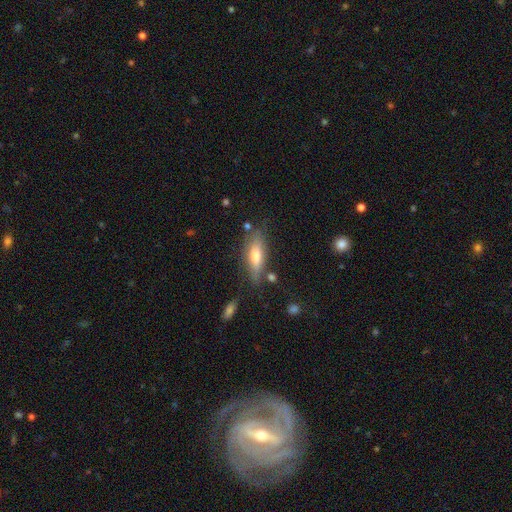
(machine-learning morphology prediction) This appears to be a smooth galaxy with no disk features (62%) that is in between round and cigar-shaped (52%). Merging: none (71%).